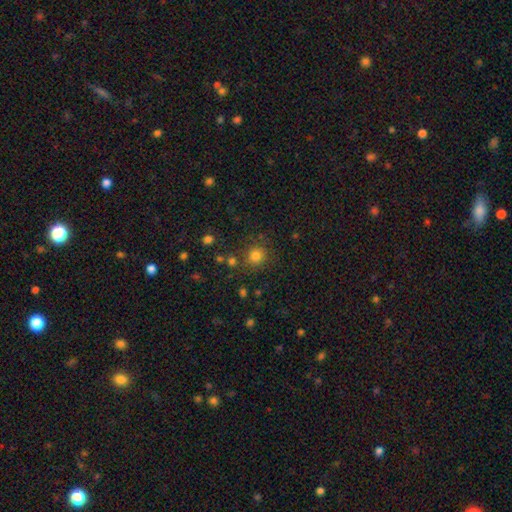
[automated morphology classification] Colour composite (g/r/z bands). It shows a smooth galaxy with no disk features (79%) that is round (89%). Merging: none (81%).